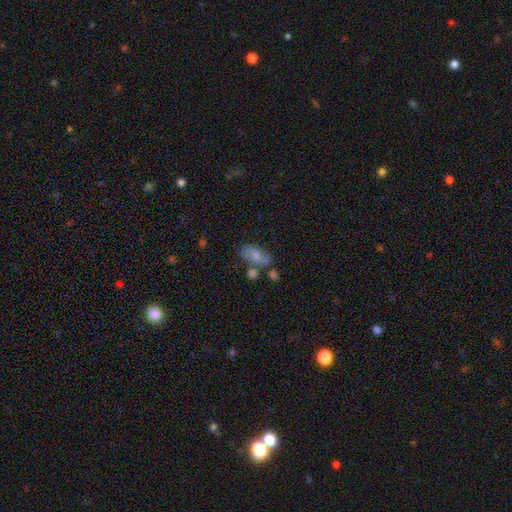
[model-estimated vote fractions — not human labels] The model was most divided on "merging": none: 46%, minor disturbance: 23%, merger: 19%, major disturbance: 11%. More confident: how rounded — in between (89%); smooth or featured — smooth (68%).